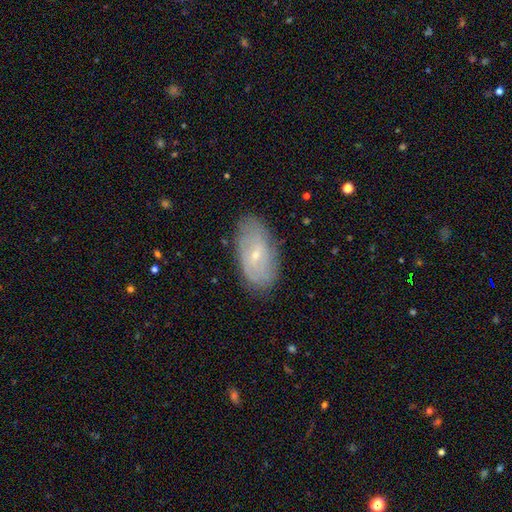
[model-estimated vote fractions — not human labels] The model was most divided on "bar": no: 48%, weak: 43%, strong: 10%. More confident: edge-on disk — no (91%); merging — none (80%); bulge size — small (76%); spiral arms — yes (70%); smooth or featured — featured or disk (60%).